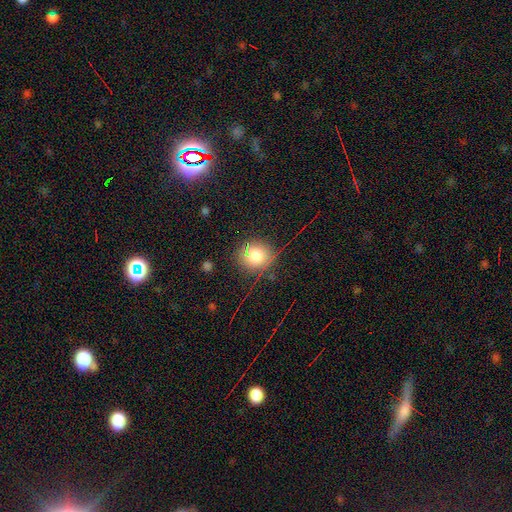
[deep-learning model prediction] A smooth galaxy with no disk features (75%) that is round (83%).

Vote fractions:
- Smooth or featured? smooth: 75% / star or artifact: 15% / featured or disk: 10%
- How rounded? round: 83% / in between: 15% / cigar-shaped: 1%
- Merging? none: 80% / minor disturbance: 12% / major disturbance: 4% / merger: 4%